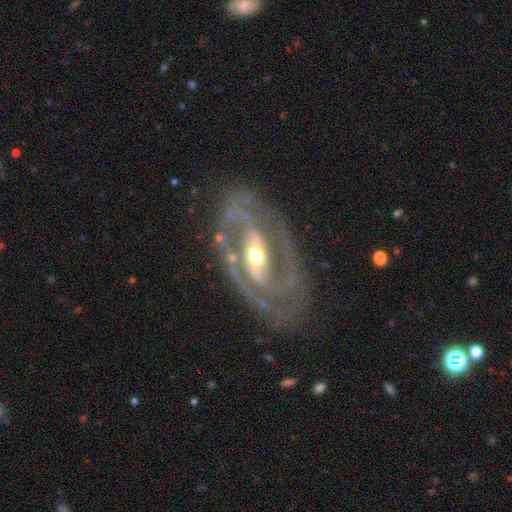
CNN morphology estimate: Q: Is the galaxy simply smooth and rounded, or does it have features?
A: featured or disk — 91%.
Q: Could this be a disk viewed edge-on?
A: no — 96%.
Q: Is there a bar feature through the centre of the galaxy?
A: strong — 48%.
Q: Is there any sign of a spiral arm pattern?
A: yes — 95%.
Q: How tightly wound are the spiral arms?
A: medium — 47%.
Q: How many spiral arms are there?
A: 2 — 85%.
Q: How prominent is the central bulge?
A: moderate — 66%.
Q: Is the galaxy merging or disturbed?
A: none — 72%.